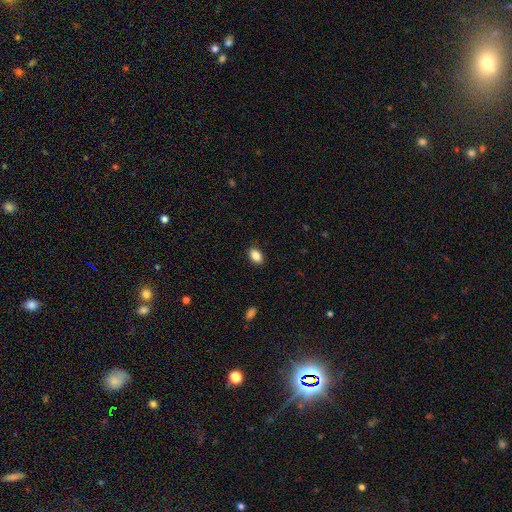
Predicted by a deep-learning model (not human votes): Overall: smooth (87%). How rounded: in between (85%). Merging: none (88%).